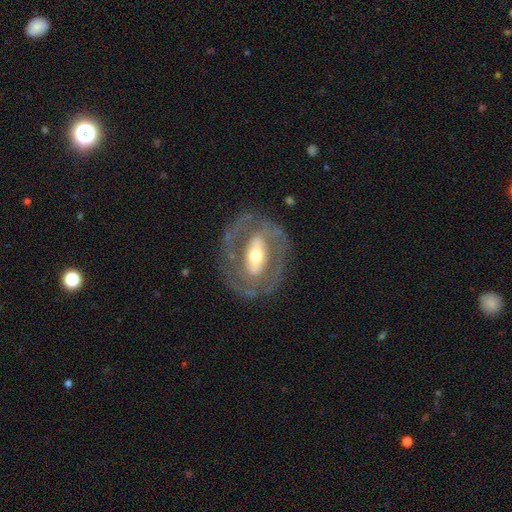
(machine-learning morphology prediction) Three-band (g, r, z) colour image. It shows a featured or disk galaxy (79%) with a strong bar (50%), spiral arms (61%) and a moderate central bulge (63%). Merging: none (75%).